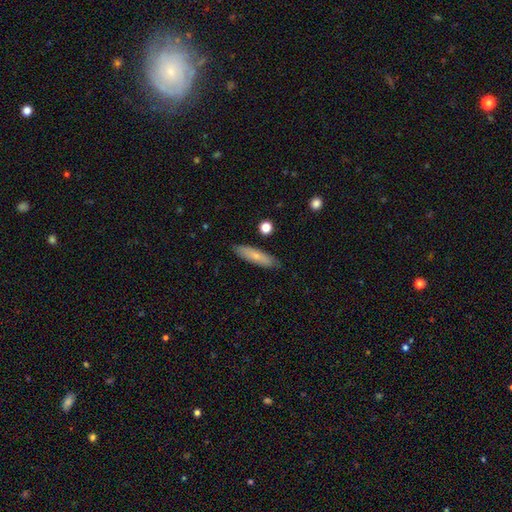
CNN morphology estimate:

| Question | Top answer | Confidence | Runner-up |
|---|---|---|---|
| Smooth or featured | smooth | 71% | featured or disk (22%) |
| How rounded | cigar-shaped | 74% | in between (25%) |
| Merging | none | 86% | minor disturbance (11%) |